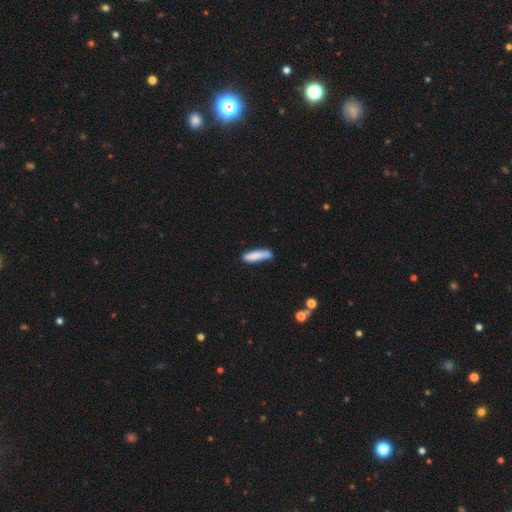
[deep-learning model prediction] smooth-or-featured: smooth: 82% | featured or disk: 11% | star or artifact: 6%
  how-rounded: cigar-shaped: 77% | in between: 22% | round: 1%
  merging: none: 68% | minor disturbance: 24% | major disturbance: 4% | merger: 3%